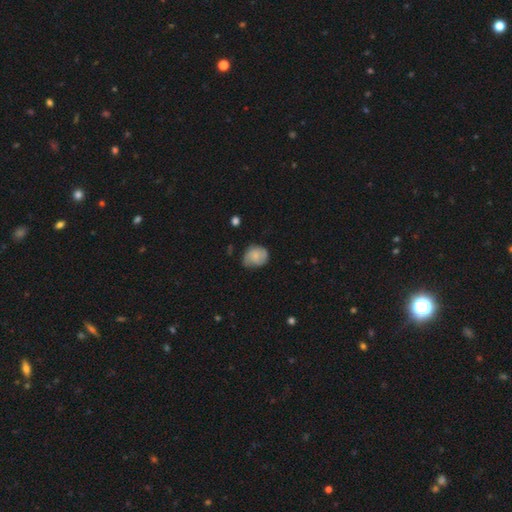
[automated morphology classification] Smooth or featured? Predicted: smooth (p=0.67). How rounded? Predicted: round (p=0.63). Merging? Predicted: none (p=0.56).